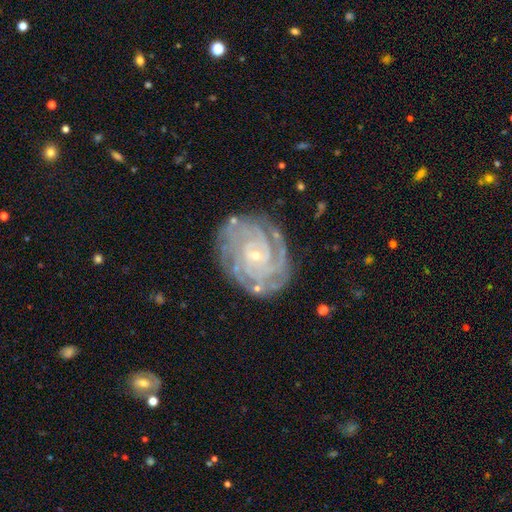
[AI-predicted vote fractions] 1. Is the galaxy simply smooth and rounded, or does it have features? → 90% featured or disk, 6% star or artifact, 5% smooth.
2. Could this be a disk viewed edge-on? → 97% no, 3% yes.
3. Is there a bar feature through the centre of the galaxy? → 69% no, 24% weak, 8% strong.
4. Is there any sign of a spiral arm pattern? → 98% yes, 2% no.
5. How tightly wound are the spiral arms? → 83% tight, 15% medium, 2% loose.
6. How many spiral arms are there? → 22% 4 (tied), 22% can't tell (tied), 20% 3, 18% 2, 11% more than 4, 7% 1.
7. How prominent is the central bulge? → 83% small, 13% moderate, 2% none, 1% large, 1% dominant.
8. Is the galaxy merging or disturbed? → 78% none, 15% minor disturbance, 5% major disturbance, 2% merger.